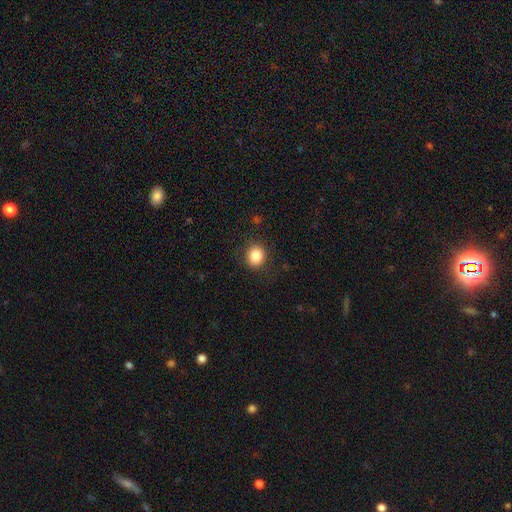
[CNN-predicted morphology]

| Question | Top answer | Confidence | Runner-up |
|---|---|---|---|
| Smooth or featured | smooth | 86% | star or artifact (10%) |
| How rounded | round | 74% | in between (25%) |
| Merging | none | 88% | minor disturbance (9%) |